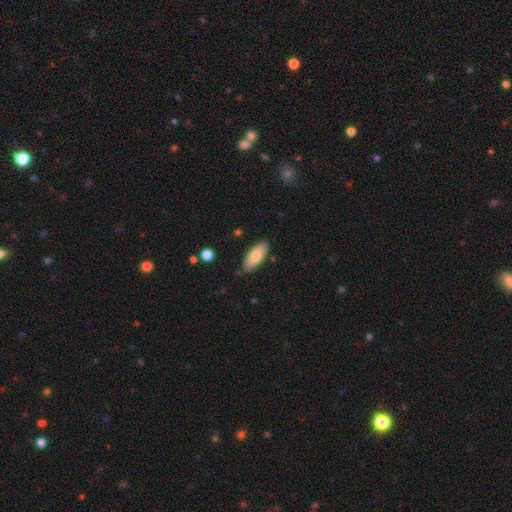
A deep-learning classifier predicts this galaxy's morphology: The model was most divided on "smooth or featured": smooth: 75%, featured or disk: 19%, star or artifact: 6%. More confident: how rounded — in between (83%); merging — none (81%).